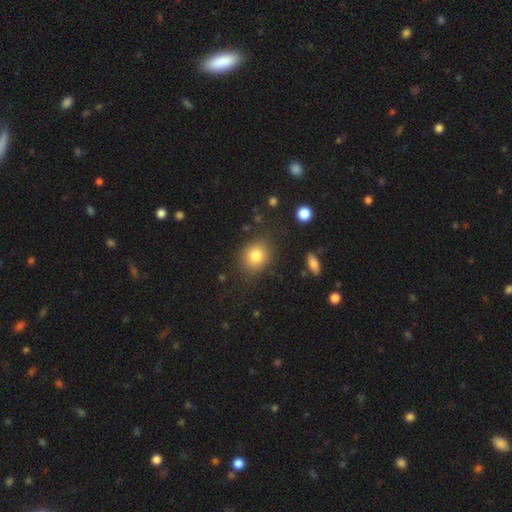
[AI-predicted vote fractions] A smooth galaxy with no disk features (82%) that is round (66%). Merging: none (82%).